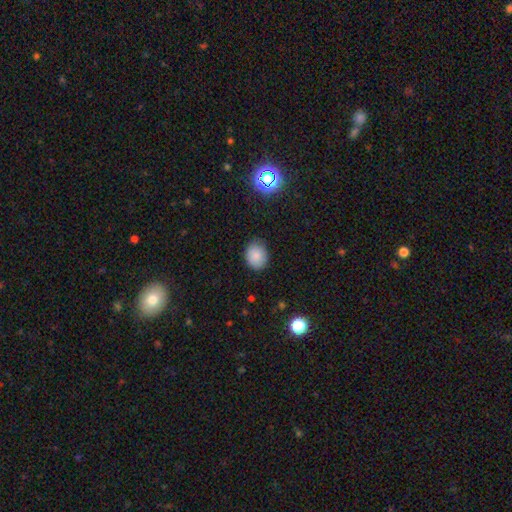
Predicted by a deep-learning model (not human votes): smooth_or_featured: smooth (p=0.84) [alt: star or artifact p=0.10]
how_rounded: round (p=0.51) [alt: in between p=0.48]
merging: none (p=0.83) [alt: minor disturbance p=0.13]